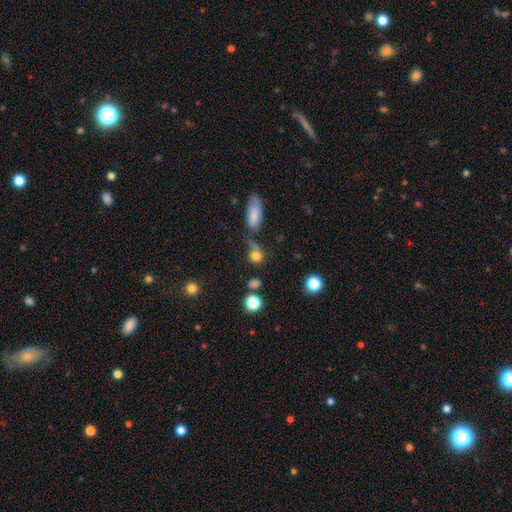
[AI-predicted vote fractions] This is likely a smooth galaxy (77%). How rounded: likely round (69%). Merging: marginally none (43%).